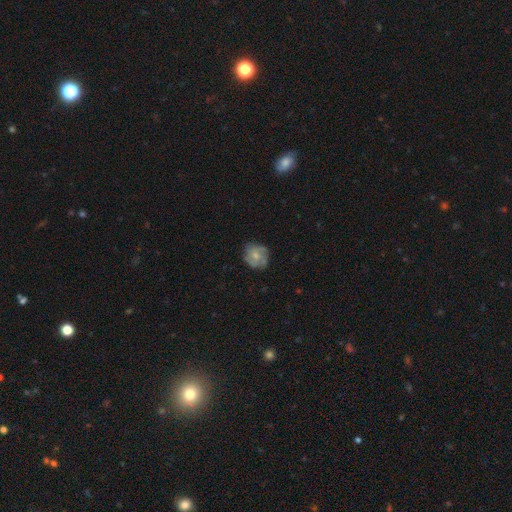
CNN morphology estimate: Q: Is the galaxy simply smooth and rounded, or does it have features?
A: smooth — 51%.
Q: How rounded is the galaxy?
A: round — 79%.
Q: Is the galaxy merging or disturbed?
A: none — 72%.